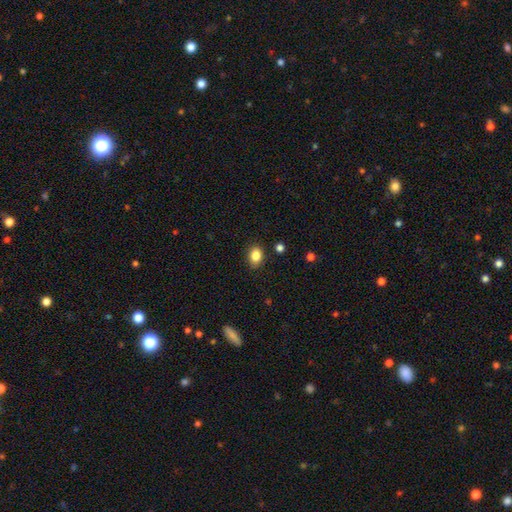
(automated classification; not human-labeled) Morphology: type=smooth (85%); roundness=in between (57%); merging=none (85%).